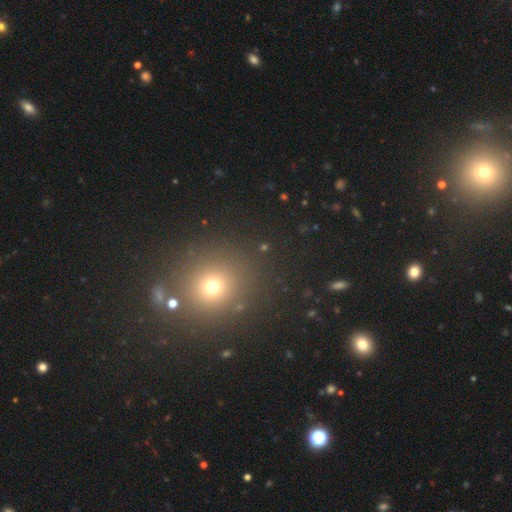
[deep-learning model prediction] Smooth or featured? smooth (52%)
How rounded? round (84%)
Merging? none (85%)